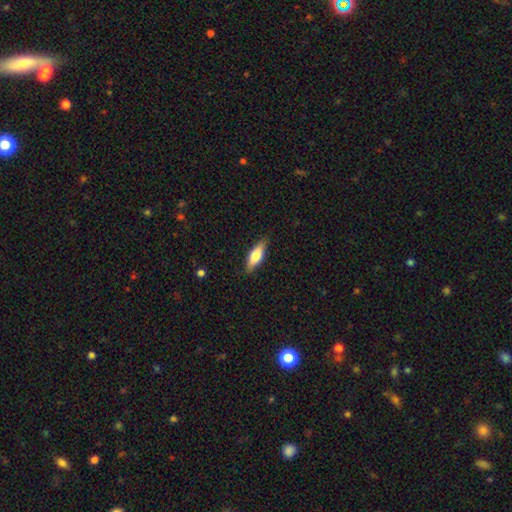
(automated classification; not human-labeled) Smooth or featured? Predicted: smooth (p=0.63). How rounded? Predicted: in between (p=0.52). Merging? Predicted: none (p=0.86).